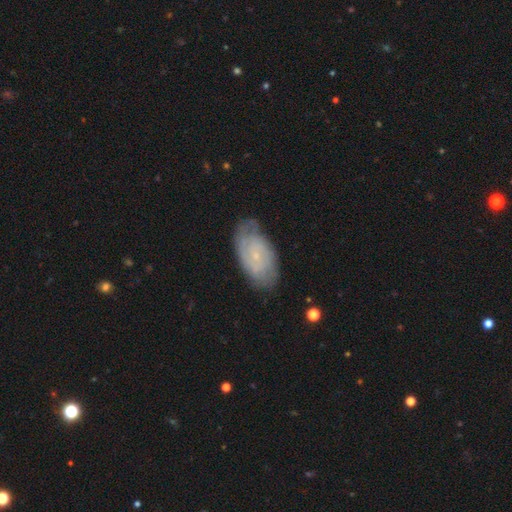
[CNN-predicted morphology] This appears to be a featured or disk galaxy (65%) with no bar (71%), tight (63%) spiral arms (85%) and a small central bulge (83%). Merging: none (70%).